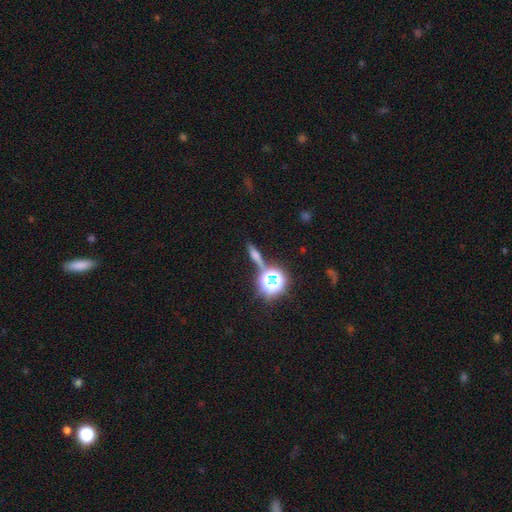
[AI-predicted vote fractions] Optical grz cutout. It shows a smooth galaxy with no disk features (37%). Merging: none (74%).